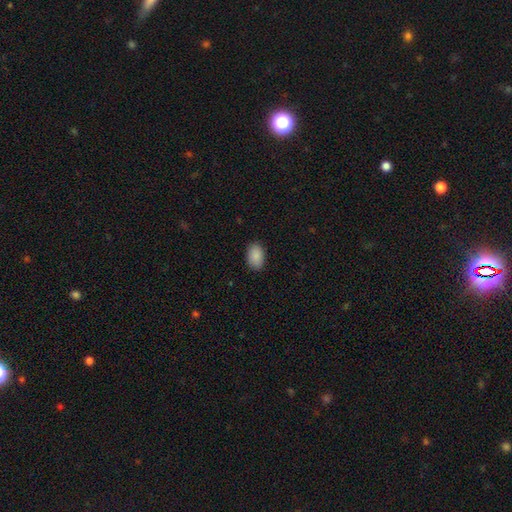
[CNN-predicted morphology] A smooth galaxy with no disk features (89%) that is in between round and cigar-shaped (89%). Merging: none (88%).